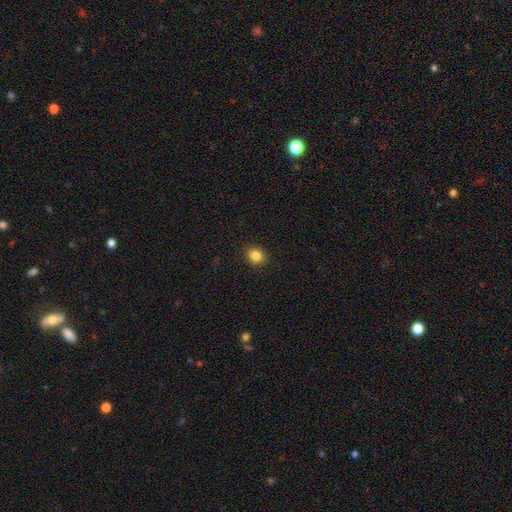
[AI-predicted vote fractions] Smooth or featured: smooth — 84% (star or artifact — 11%)
How rounded: round — 70% (in between — 29%)
Merging: none — 91% (minor disturbance — 6%)